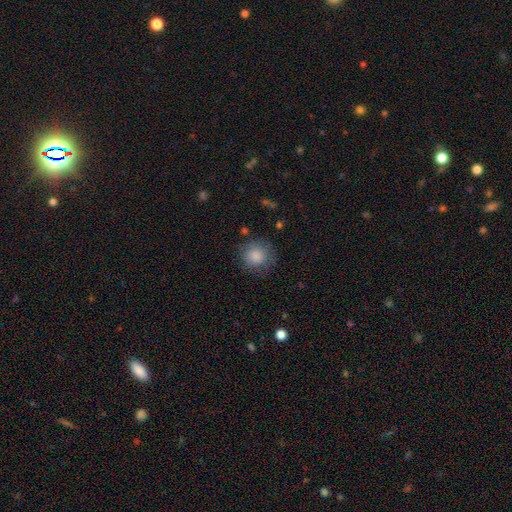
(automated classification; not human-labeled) Smooth or featured? Predicted: smooth (p=0.85). How rounded? Predicted: round (p=0.90). Merging? Predicted: none (p=0.74).